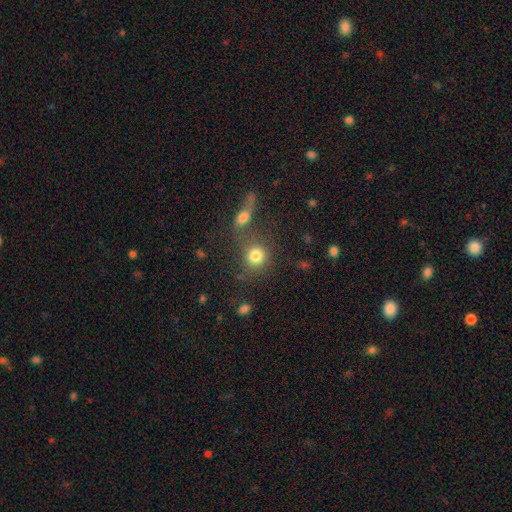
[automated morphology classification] smooth_or_featured: smooth (p=0.80) [alt: star or artifact p=0.12]
how_rounded: round (p=0.83) [alt: in between p=0.15]
merging: none (p=0.54) [alt: merger p=0.29]